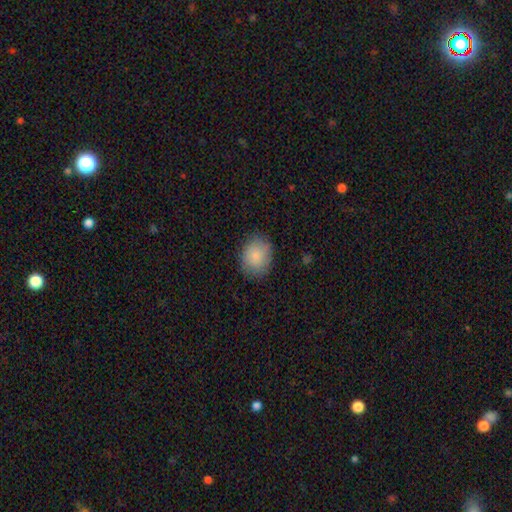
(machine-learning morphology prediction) A smooth galaxy with no disk features (86%) that is round (55%). Merging: none (83%).